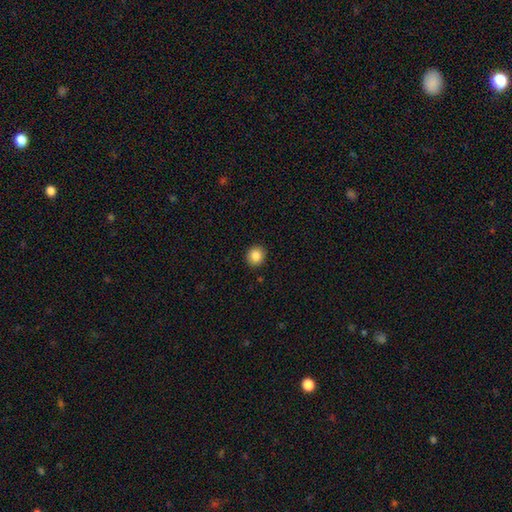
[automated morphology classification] type=smooth (85%); roundness=round (87%); merging=none (92%).